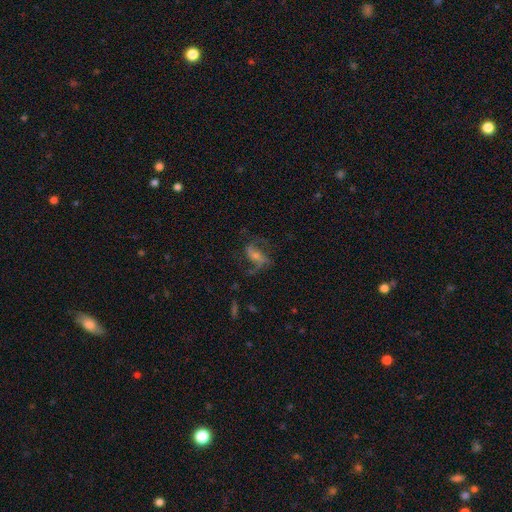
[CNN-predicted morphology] Smooth or featured: featured or disk — 75% (smooth — 15%)
Edge-on disk: no — 95% (yes — 5%)
Bar: weak — 37% (no — 36%)
Spiral arms: yes — 91% (no — 9%)
Spiral winding: loose — 50% (medium — 40%)
Spiral arm count: 2 — 83% (can't tell — 6%)
Bulge size: small — 52% (moderate — 37%)
Merging: none — 63% (major disturbance — 18%)